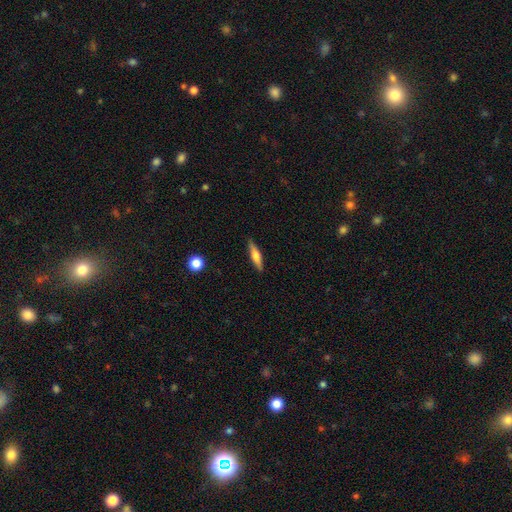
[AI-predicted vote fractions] smooth-or-featured: smooth: 58% | featured or disk: 36% | star or artifact: 6%
  how-rounded: cigar-shaped: 78% | in between: 20% | round: 2%
  merging: none: 87% | minor disturbance: 9% | major disturbance: 2% | merger: 1%